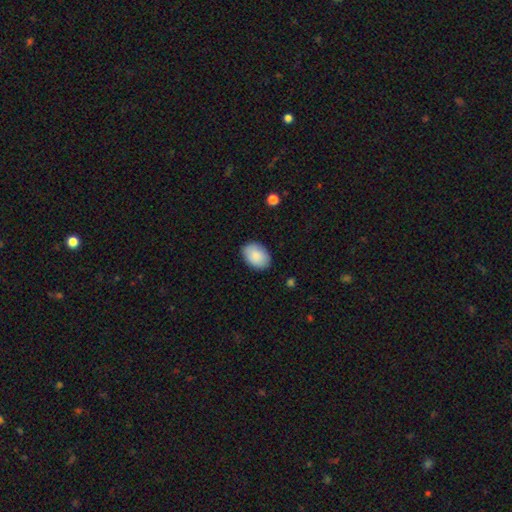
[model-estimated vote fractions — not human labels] Smooth or featured? smooth (88%)
How rounded? in between (85%)
Merging? none (87%)